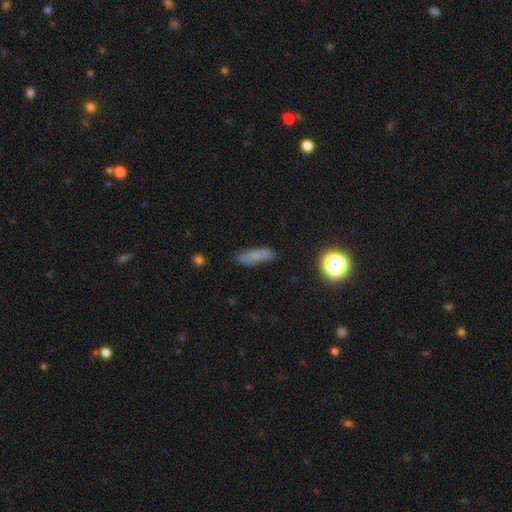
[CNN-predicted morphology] smooth-or-featured: smooth: 75% | featured or disk: 14% | star or artifact: 12%
  how-rounded: cigar-shaped: 61% | in between: 35% | round: 4%
  merging: none: 79% | minor disturbance: 16% | major disturbance: 4% | merger: 2%